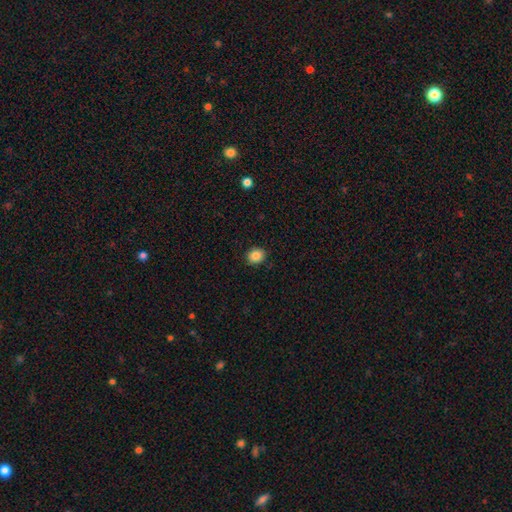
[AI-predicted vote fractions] This is clearly a smooth galaxy (86%). How rounded: likely round (65%). Merging: clearly none (90%).